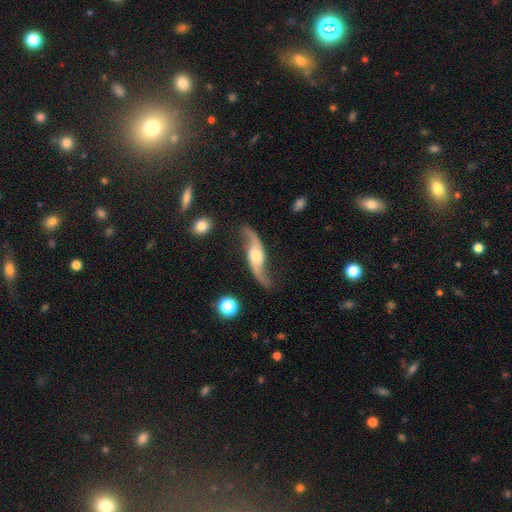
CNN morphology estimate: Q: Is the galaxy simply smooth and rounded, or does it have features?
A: featured or disk — 89%.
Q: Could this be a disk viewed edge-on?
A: no — 89%.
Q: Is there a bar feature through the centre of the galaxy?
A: no — 52%.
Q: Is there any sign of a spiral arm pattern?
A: yes — 97%.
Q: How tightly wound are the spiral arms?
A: loose — 88%.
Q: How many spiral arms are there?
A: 2 — 94%.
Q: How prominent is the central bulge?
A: moderate — 48%.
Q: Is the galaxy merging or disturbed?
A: none — 76%.